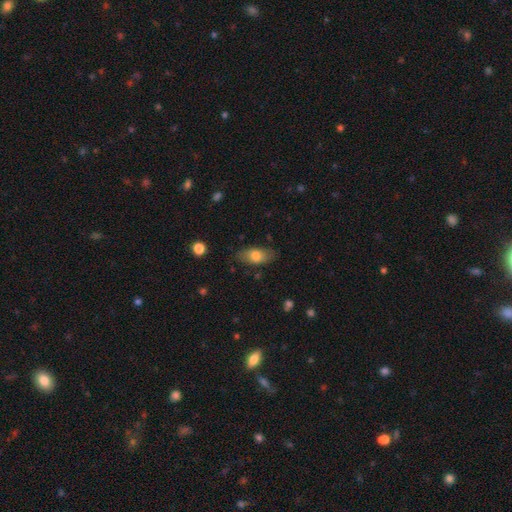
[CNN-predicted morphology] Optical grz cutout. It shows a smooth galaxy with no disk features (73%) that is in between round and cigar-shaped (87%). Merging: none (80%).